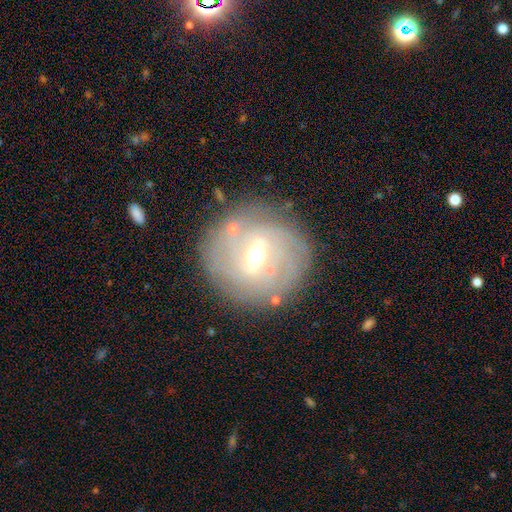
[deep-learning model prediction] smooth-or-featured: featured or disk: 73% | smooth: 18% | star or artifact: 9%
  disk-edge-on: no: 95% | yes: 5%
    bar: weak: 54% | strong: 30% | no: 17%
    has-spiral-arms: yes: 78% | no: 22%
      spiral-winding: tight: 67% | medium: 22% | loose: 10%
      spiral-arm-count: can't tell: 45% | 2: 22% | 3: 13% | 4: 10% | more than 4: 6% | 1: 5%
    bulge-size: moderate: 70% | small: 20% | large: 8% | dominant: 1% | none: 1%
  merging: none: 80% | minor disturbance: 12% | major disturbance: 5% | merger: 3%